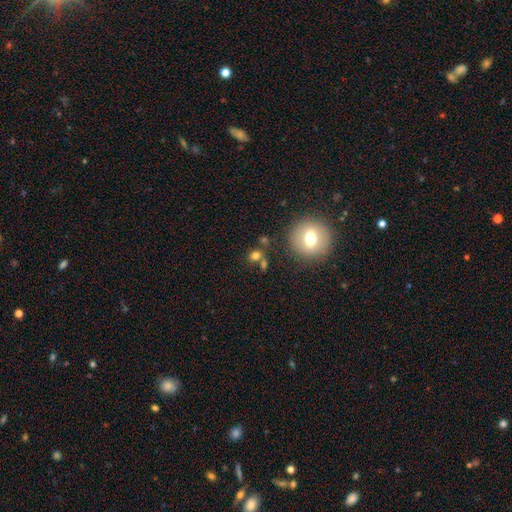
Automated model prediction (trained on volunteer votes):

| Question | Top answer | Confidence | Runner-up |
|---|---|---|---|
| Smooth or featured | smooth | 72% | star or artifact (16%) |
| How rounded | round | 66% | in between (32%) |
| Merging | none | 61% | merger (23%) |